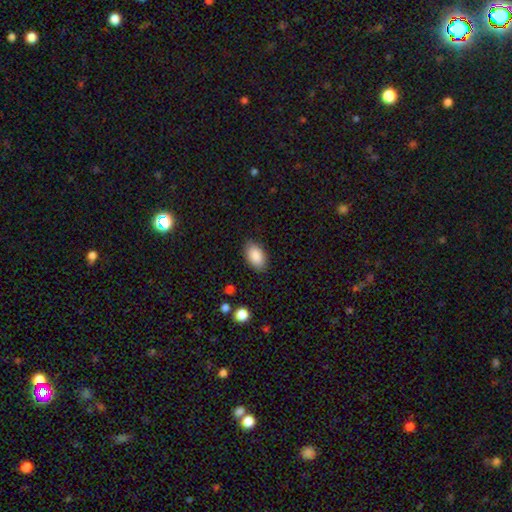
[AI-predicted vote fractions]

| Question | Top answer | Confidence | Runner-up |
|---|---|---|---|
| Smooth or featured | smooth | 89% | star or artifact (7%) |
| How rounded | in between | 93% | round (5%) |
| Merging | none | 86% | minor disturbance (11%) |